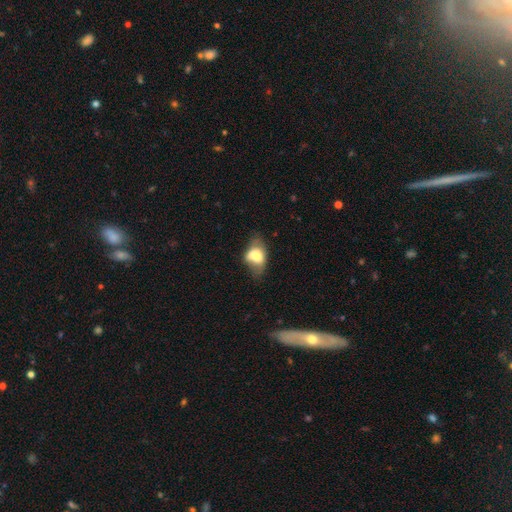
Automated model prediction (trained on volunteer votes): Smooth or featured? Predicted: smooth (p=0.63). How rounded? Predicted: in between (p=0.84). Merging? Predicted: none (p=0.31).